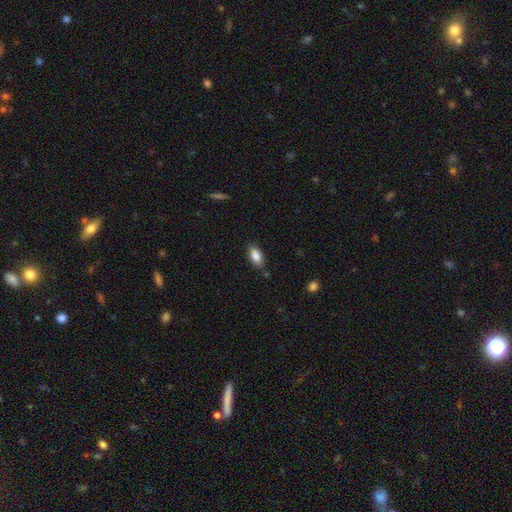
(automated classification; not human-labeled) Smooth or featured: smooth — 86% (featured or disk — 7%)
How rounded: in between — 91% (cigar-shaped — 6%)
Merging: none — 84% (minor disturbance — 12%)